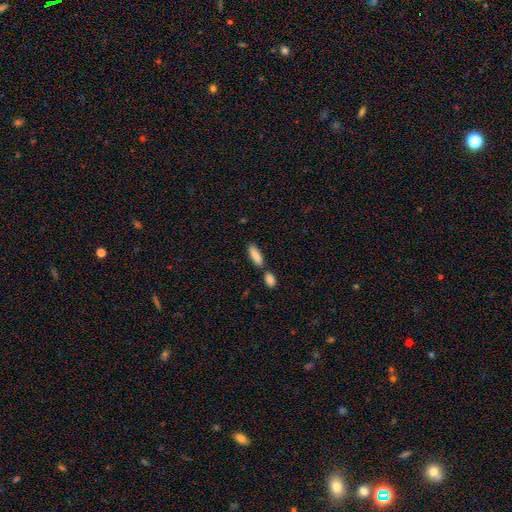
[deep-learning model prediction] Smooth or featured: smooth — 86% (featured or disk — 8%)
How rounded: in between — 60% (cigar-shaped — 38%)
Merging: none — 63% (merger — 24%)